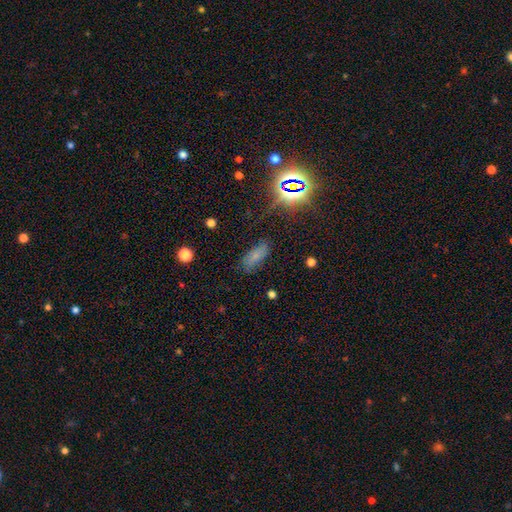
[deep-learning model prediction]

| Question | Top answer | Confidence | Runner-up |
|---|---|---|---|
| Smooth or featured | smooth | 63% | star or artifact (21%) |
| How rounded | in between | 75% | cigar-shaped (22%) |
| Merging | none | 69% | minor disturbance (21%) |